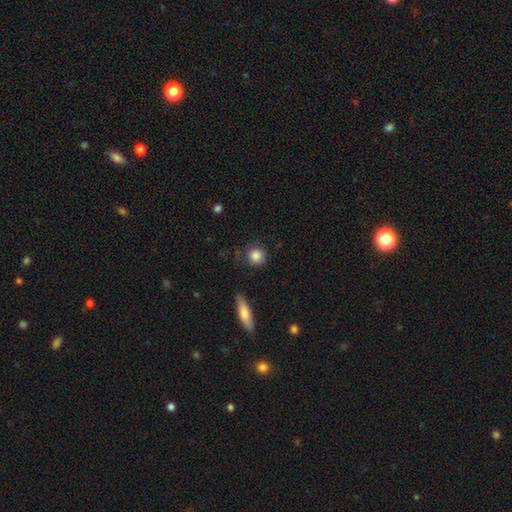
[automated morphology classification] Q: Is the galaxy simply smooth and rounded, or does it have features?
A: smooth — 85%.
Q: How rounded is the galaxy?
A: round — 88%.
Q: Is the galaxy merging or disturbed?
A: none — 80%.